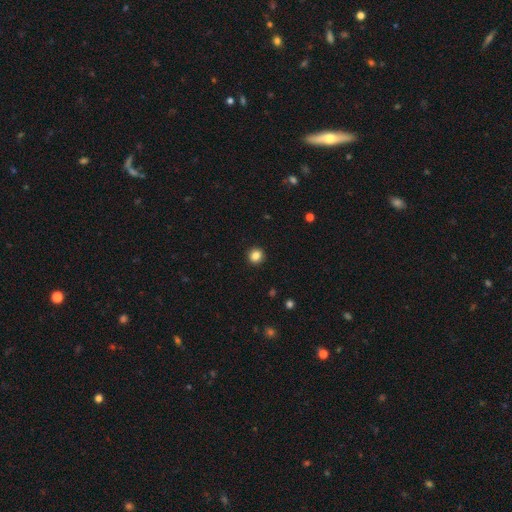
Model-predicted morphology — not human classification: The model was most divided on "smooth or featured": smooth: 85%, star or artifact: 11%, featured or disk: 4%. More confident: merging — none (93%); how rounded — round (93%).